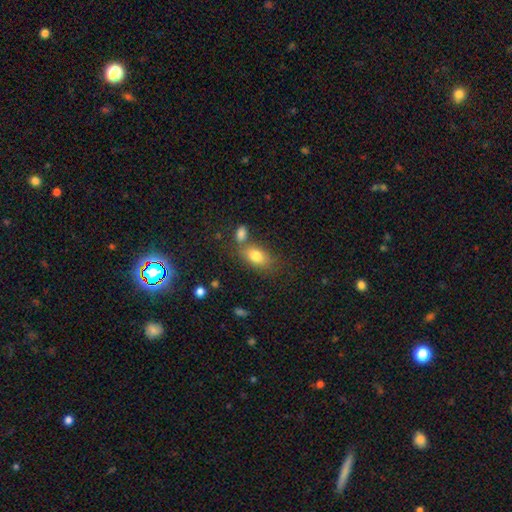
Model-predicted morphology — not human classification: A smooth galaxy with no disk features (80%) that is in between round and cigar-shaped (87%). Merging: none (58%).